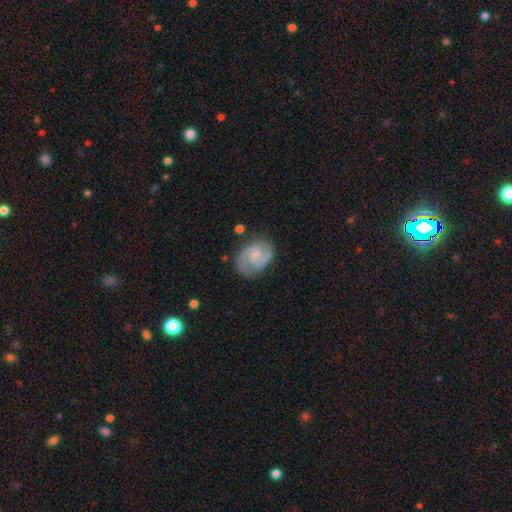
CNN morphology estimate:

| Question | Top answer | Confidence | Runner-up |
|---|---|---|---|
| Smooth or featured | featured or disk | 81% | smooth (14%) |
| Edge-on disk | no | 98% | yes (2%) |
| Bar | no | 51% | weak (43%) |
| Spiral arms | yes | 96% | no (4%) |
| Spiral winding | medium | 53% | tight (32%) |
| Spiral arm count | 2 | 90% | can't tell (4%) |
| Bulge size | small | 42% | none (29%) |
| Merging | none | 77% | minor disturbance (16%) |